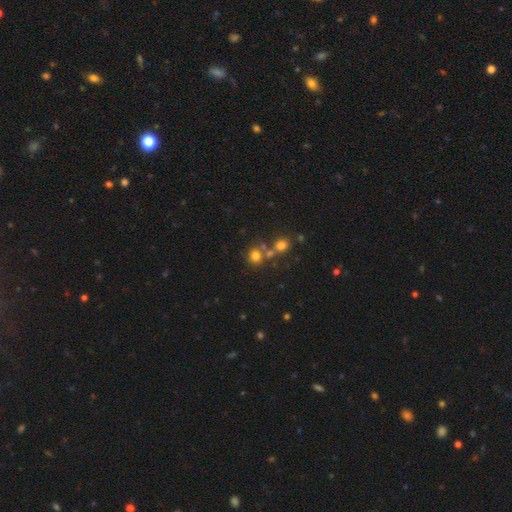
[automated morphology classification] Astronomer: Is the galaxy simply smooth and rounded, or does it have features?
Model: smooth — 74%.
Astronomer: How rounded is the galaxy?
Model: round — 83%.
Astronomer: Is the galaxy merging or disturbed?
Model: none — 59%.